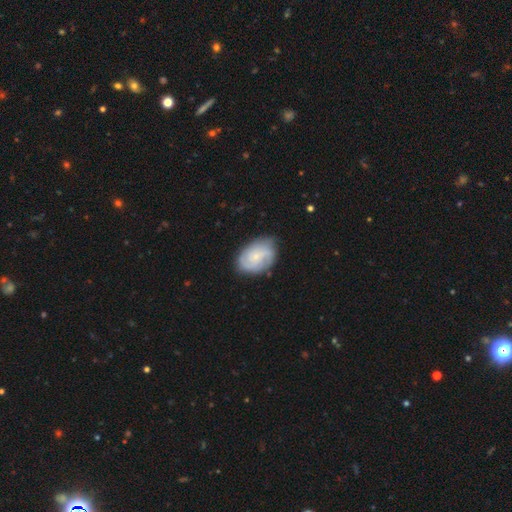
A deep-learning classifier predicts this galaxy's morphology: Smooth or featured? Predicted: featured or disk (p=0.65). Edge-on disk? Predicted: no (p=0.97). Bar? Predicted: no (p=0.69). Spiral arms? Predicted: yes (p=0.91). Spiral winding? Predicted: tight (p=0.51). Spiral arm count? Predicted: can't tell (p=0.32). Bulge size? Predicted: small (p=0.74). Merging? Predicted: none (p=0.74).